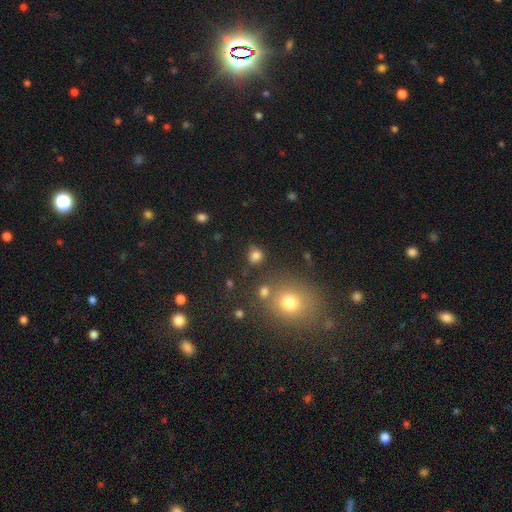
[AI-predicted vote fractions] This is likely a smooth galaxy (79%). How rounded: likely round (78%). Merging: likely none (75%).